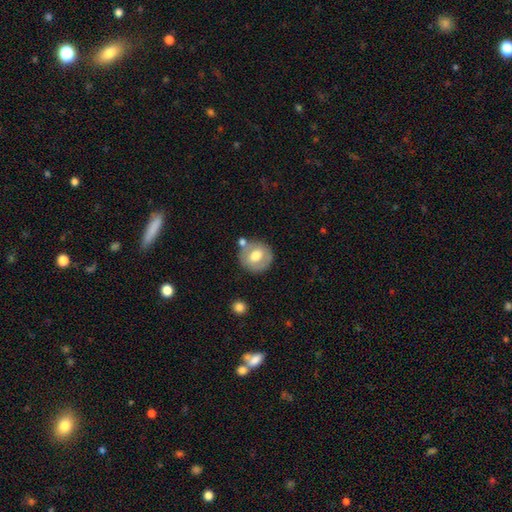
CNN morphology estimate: Overall: smooth (57%; featured or disk 36%). How rounded: round (81%). Merging: none (70%).